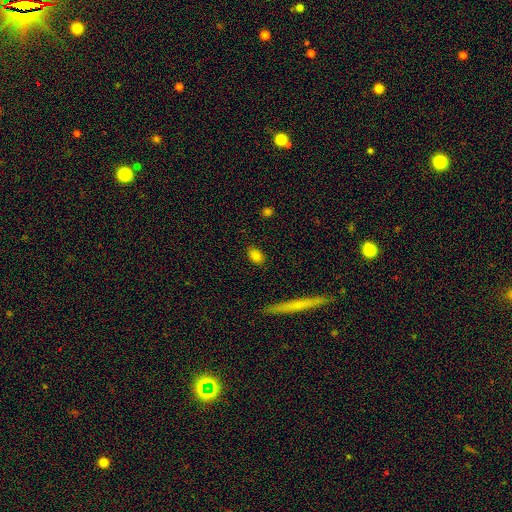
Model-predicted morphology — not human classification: Smooth or featured: smooth — 82% (star or artifact — 10%)
How rounded: in between — 82% (round — 15%)
Merging: none — 87% (minor disturbance — 10%)